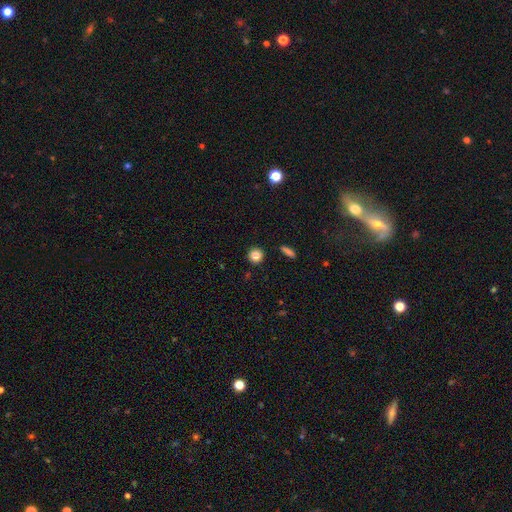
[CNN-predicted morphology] This is clearly a smooth galaxy (83%). How rounded: clearly round (93%). Merging: clearly none (91%).